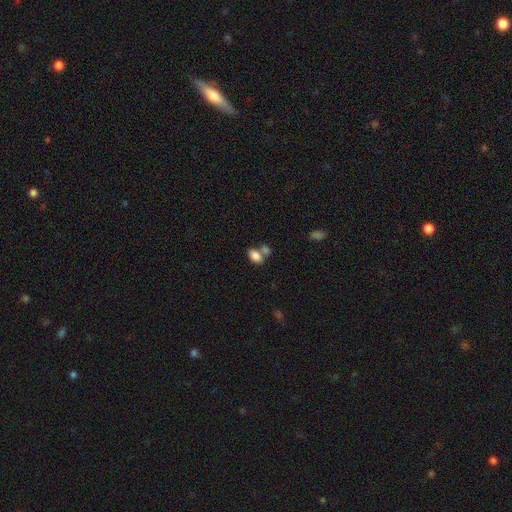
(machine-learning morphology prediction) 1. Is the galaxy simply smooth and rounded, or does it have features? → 84% smooth, 9% star or artifact, 8% featured or disk.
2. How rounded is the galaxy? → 90% in between, 8% round, 2% cigar-shaped.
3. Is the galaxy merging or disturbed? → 43% merger, 41% none, 11% minor disturbance, 5% major disturbance.